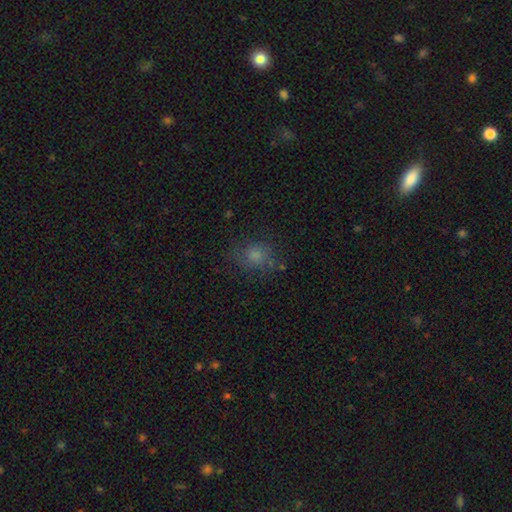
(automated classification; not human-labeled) Smooth or featured?
  - smooth: 74% *
  - star or artifact: 16%
  - featured or disk: 10%
How rounded?
  - round: 71% *
  - in between: 27%
  - cigar-shaped: 1%
Merging?
  - none: 71% *
  - minor disturbance: 18%
  - major disturbance: 8%
  - merger: 3%